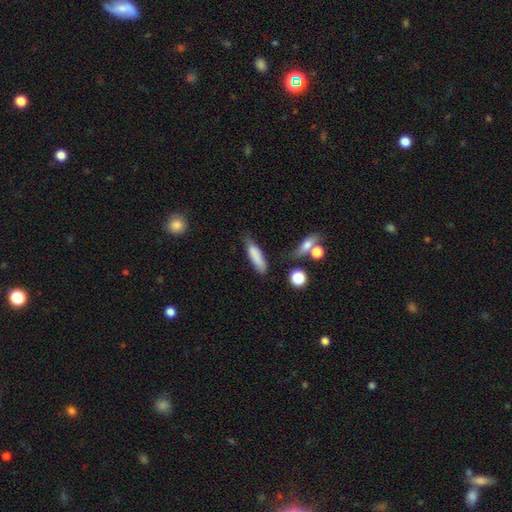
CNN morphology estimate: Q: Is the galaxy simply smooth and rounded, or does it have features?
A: smooth — 83%.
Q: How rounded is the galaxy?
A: cigar-shaped — 65%.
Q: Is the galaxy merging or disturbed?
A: none — 67%.